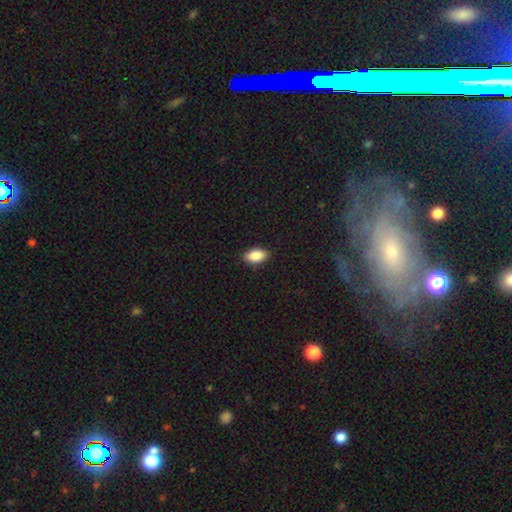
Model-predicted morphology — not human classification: Smooth or featured? smooth (87%)
How rounded? in between (92%)
Merging? none (89%)